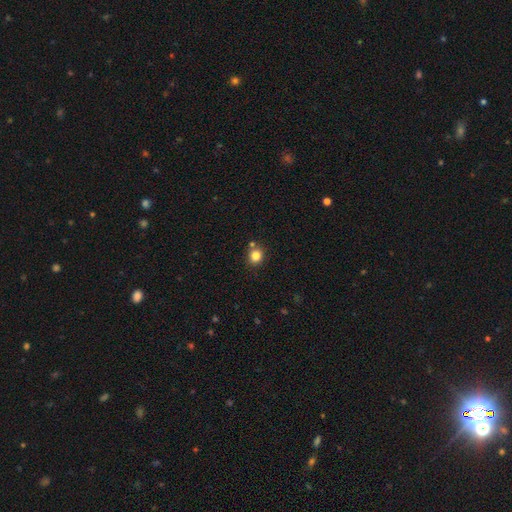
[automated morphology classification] The model was most divided on "how rounded": round: 81%, in between: 19%, cigar-shaped: 1%. More confident: smooth or featured — smooth (83%); merging — none (78%).